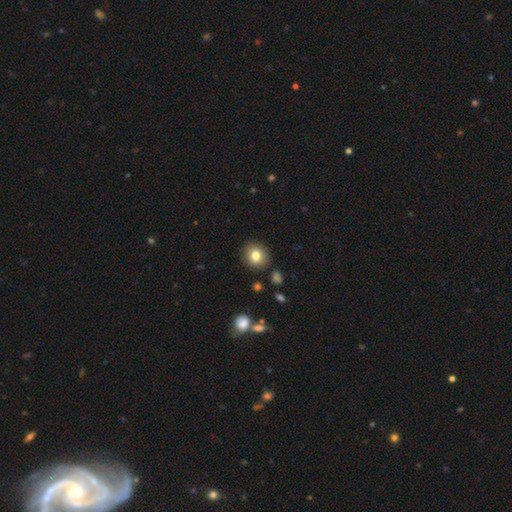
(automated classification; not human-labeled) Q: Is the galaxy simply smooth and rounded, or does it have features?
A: smooth — 81%.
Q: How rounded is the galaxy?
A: round — 85%.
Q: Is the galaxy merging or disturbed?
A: none — 89%.